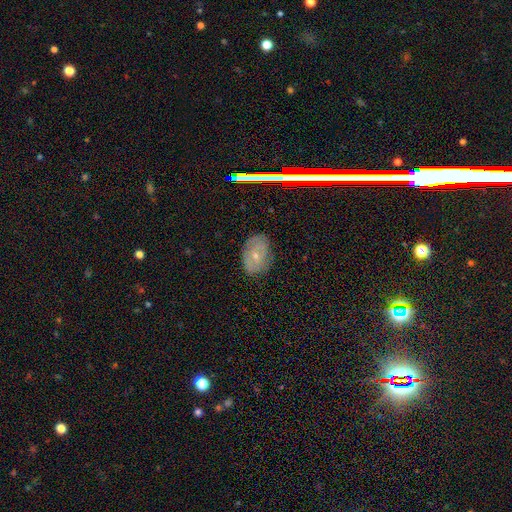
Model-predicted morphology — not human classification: This is possibly a featured or disk galaxy (45%). Merging: likely none (79%).